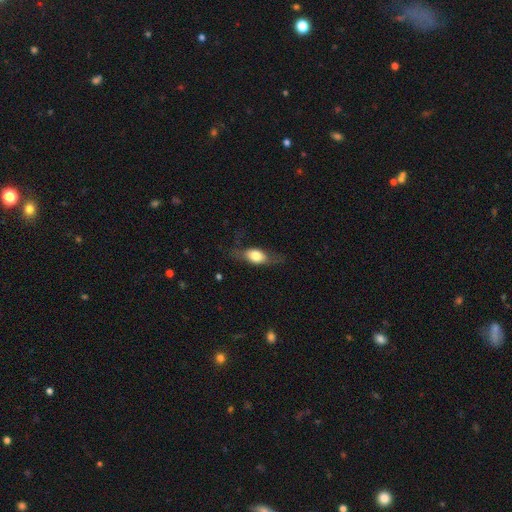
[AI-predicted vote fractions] Smooth or featured? Predicted: smooth (p=0.62). How rounded? Predicted: in between (p=0.74). Merging? Predicted: none (p=0.61).